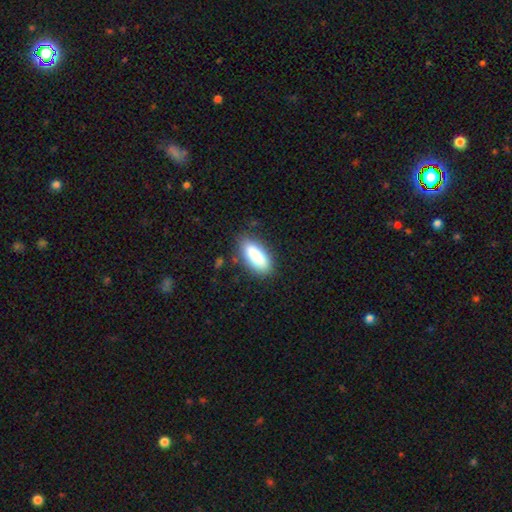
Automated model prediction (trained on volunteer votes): Smooth or featured: smooth — 85% (featured or disk — 8%)
How rounded: in between — 81% (cigar-shaped — 17%)
Merging: none — 82% (minor disturbance — 13%)